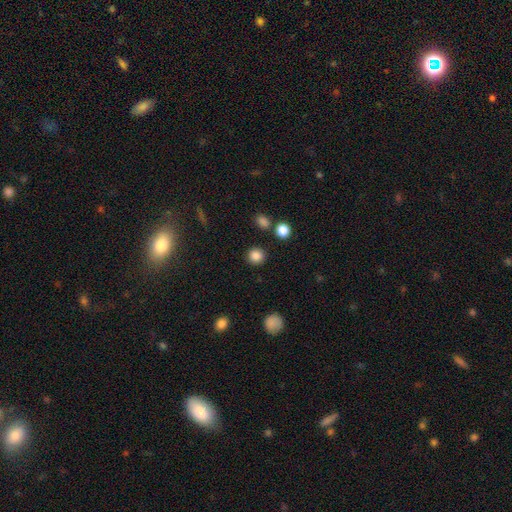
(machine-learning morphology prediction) Q: Smooth or featured?
A: smooth (85%); runner-up: star or artifact (11%)
Q: How rounded?
A: round (91%); runner-up: in between (8%)
Q: Merging?
A: none (89%); runner-up: minor disturbance (6%)